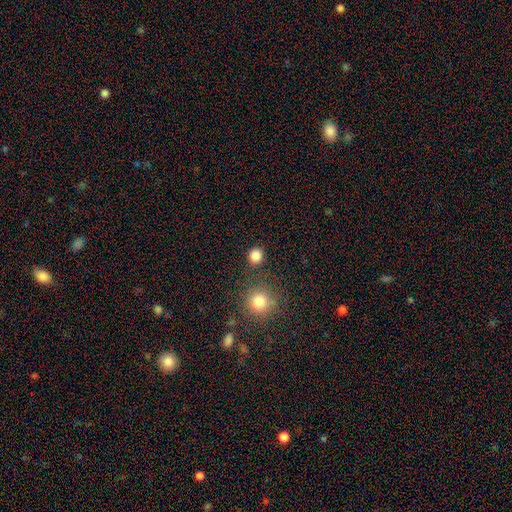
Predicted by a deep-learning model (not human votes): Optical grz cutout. It shows a smooth galaxy with no disk features (84%) that is round (89%). Merging: none (85%).